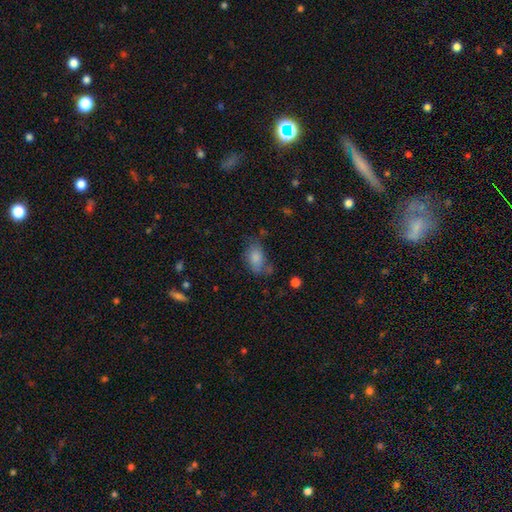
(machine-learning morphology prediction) Smooth or featured? Predicted: smooth (p=0.75). How rounded? Predicted: in between (p=0.84). Merging? Predicted: none (p=0.54).